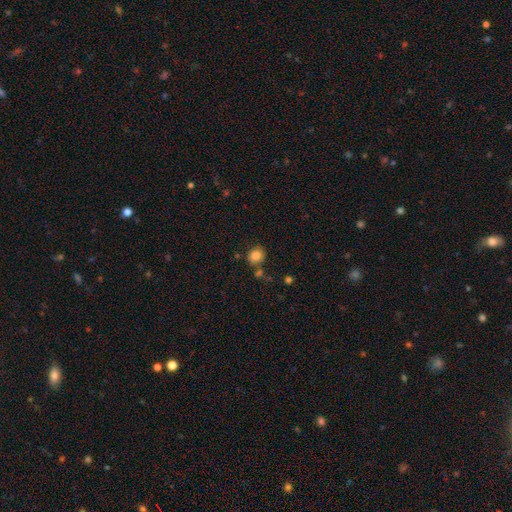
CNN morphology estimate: Smooth or featured? Predicted: smooth (p=0.84). How rounded? Predicted: round (p=0.74). Merging? Predicted: none (p=0.72).